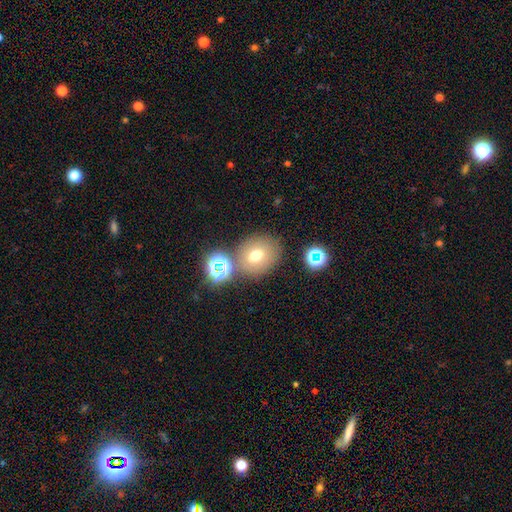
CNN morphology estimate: smooth_or_featured: smooth (p=0.67) [alt: star or artifact p=0.18]
how_rounded: round (p=0.72) [alt: in between p=0.27]
merging: none (p=0.72) [alt: merger p=0.12]